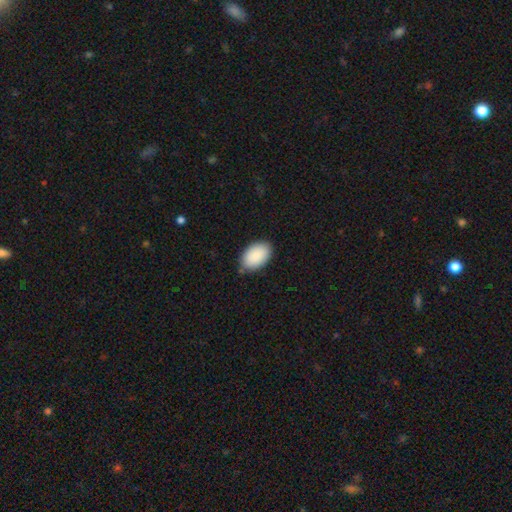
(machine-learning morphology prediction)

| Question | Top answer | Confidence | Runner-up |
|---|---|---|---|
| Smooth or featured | smooth | 90% | star or artifact (6%) |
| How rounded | in between | 94% | round (5%) |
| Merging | none | 80% | minor disturbance (16%) |